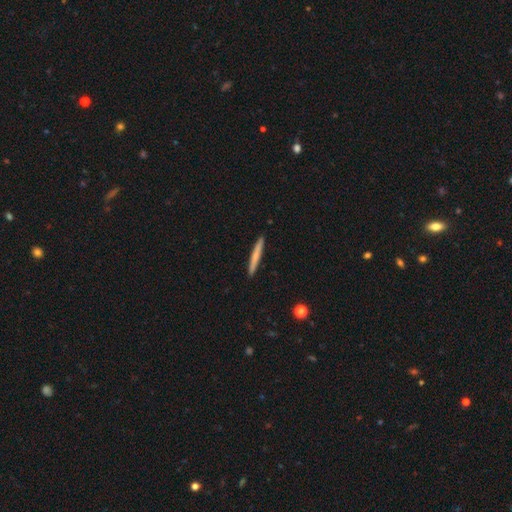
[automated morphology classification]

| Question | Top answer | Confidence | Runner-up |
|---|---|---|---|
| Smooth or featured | smooth | 65% | featured or disk (29%) |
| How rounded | cigar-shaped | 96% | in between (2%) |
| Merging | none | 92% | minor disturbance (5%) |